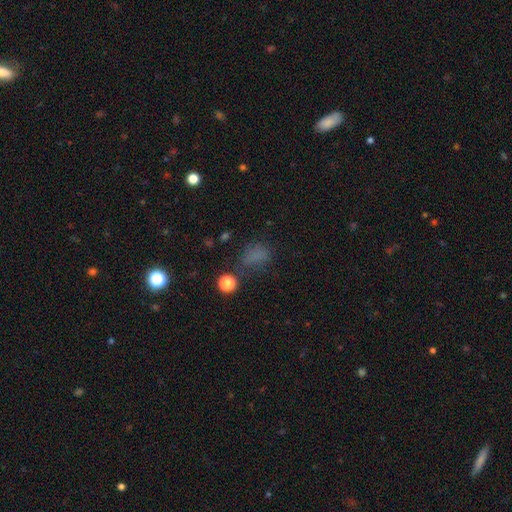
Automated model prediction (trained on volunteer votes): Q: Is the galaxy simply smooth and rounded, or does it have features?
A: smooth — 65%.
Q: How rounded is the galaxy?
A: in between — 59%.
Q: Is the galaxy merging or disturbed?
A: none — 57%.